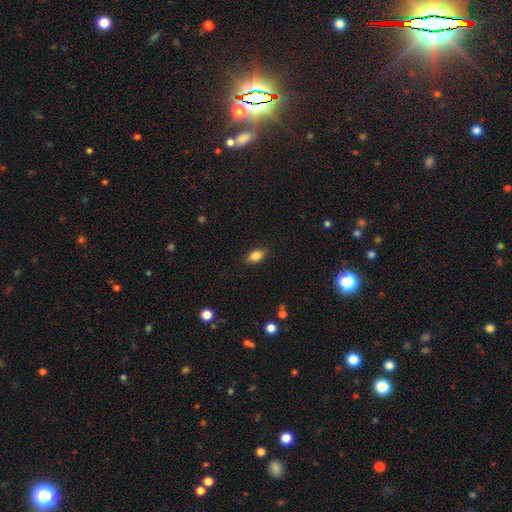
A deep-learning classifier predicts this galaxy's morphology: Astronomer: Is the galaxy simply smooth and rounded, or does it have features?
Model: smooth — 83%.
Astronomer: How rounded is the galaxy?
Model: in between — 86%.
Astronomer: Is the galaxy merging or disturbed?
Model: none — 86%.